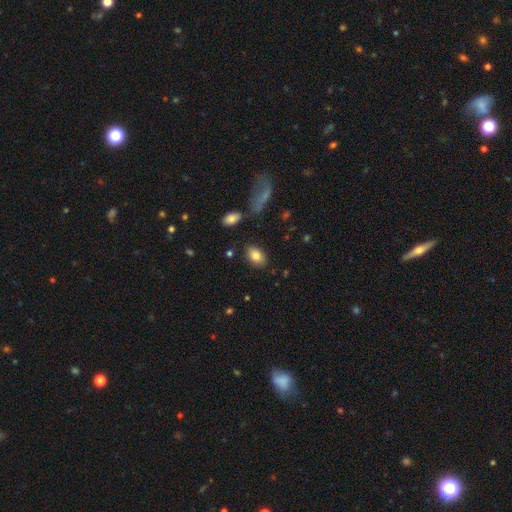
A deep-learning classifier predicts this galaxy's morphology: This is clearly a smooth galaxy (84%). How rounded: clearly in between (87%). Merging: clearly none (83%).